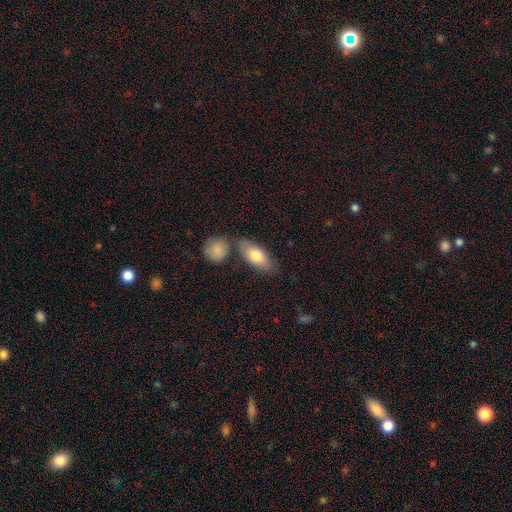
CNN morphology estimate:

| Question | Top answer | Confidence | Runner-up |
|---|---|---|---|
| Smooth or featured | smooth | 77% | featured or disk (17%) |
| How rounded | in between | 87% | cigar-shaped (9%) |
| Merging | none | 63% | merger (17%) |